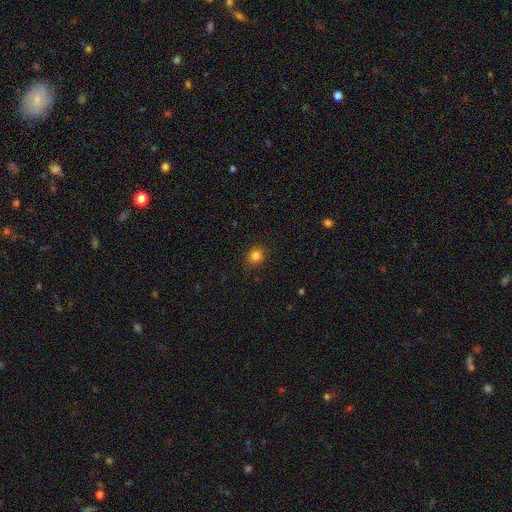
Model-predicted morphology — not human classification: smooth-or-featured: smooth: 83% | star or artifact: 13% | featured or disk: 4%
  how-rounded: round: 78% | in between: 21% | cigar-shaped: 1%
  merging: none: 87% | minor disturbance: 9% | major disturbance: 2% | merger: 1%